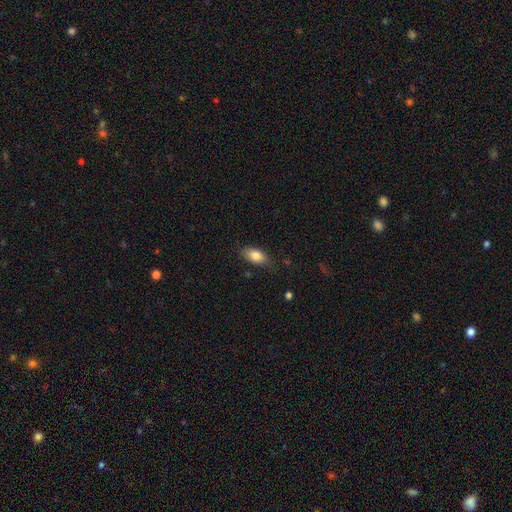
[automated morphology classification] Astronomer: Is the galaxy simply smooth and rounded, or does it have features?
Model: smooth — 81%.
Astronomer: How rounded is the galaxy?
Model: in between — 89%.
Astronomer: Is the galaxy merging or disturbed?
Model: none — 78%.